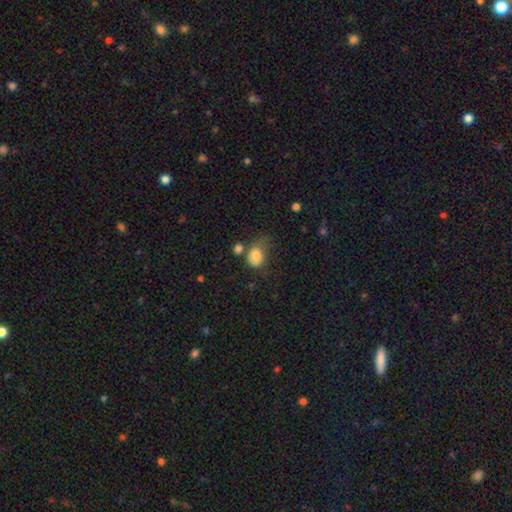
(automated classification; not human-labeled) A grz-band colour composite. It shows a smooth galaxy with no disk features (81%) that is in between round and cigar-shaped (55%). Merging: none (32%, tied with minor disturbance).